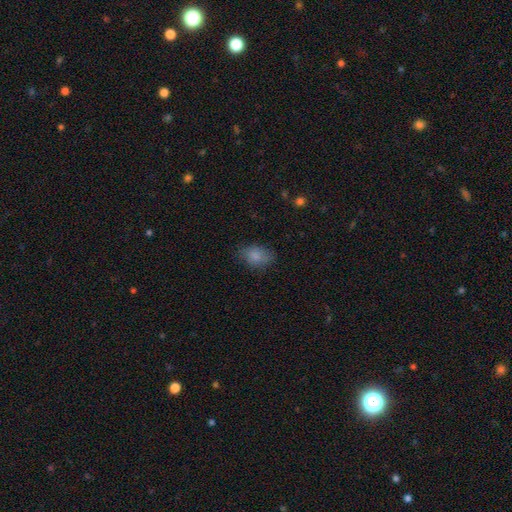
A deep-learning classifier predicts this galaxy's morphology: The model was most divided on "merging": none: 73%, minor disturbance: 20%, major disturbance: 6%, merger: 1%. More confident: smooth or featured — smooth (84%); how rounded — in between (83%).